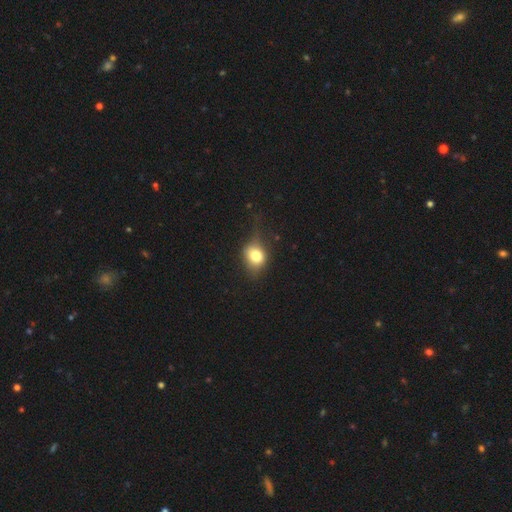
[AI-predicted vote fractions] Smooth or featured? smooth (74%)
How rounded? round (54%)
Merging? none (50%)